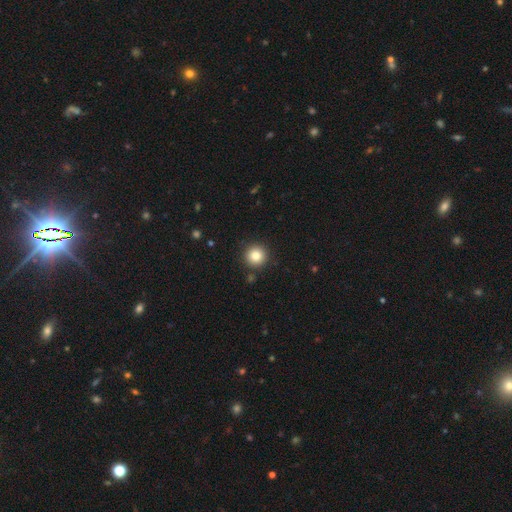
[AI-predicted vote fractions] A smooth galaxy with no disk features (83%) that is round (95%). Merging: none (90%).